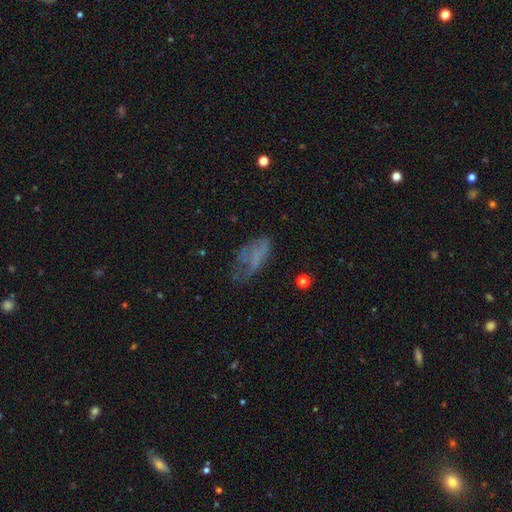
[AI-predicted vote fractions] smooth 48%, featured or disk 36%, star or artifact 16%. Down the decision tree: merging — none (37%).